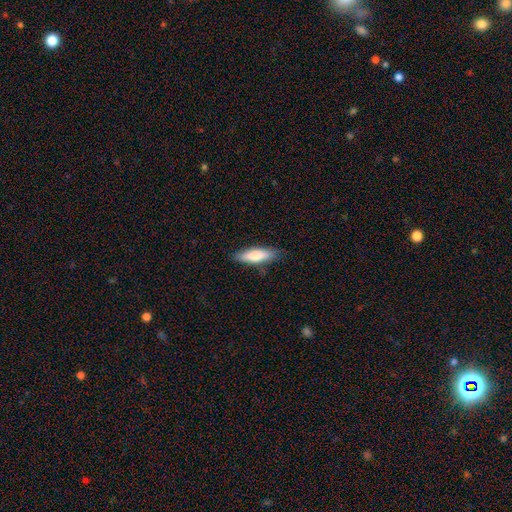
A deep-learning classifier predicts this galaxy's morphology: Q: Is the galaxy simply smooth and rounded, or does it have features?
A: smooth — 75%.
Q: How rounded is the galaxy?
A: cigar-shaped — 56%.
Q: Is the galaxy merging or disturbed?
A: none — 83%.